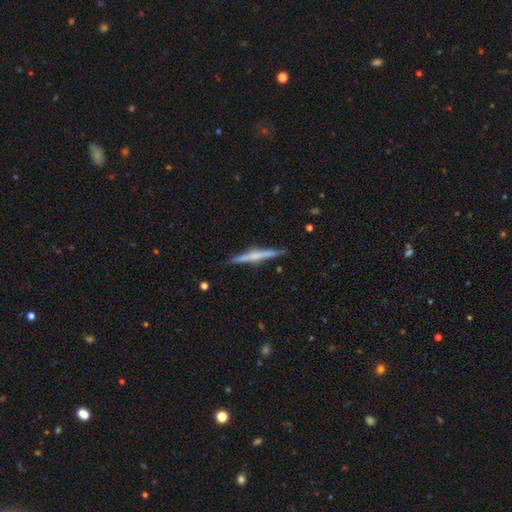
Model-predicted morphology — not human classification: type=featured or disk (63%); edge-on=yes (98%); edge-on bulge=rounded (50%); merging=none (89%).